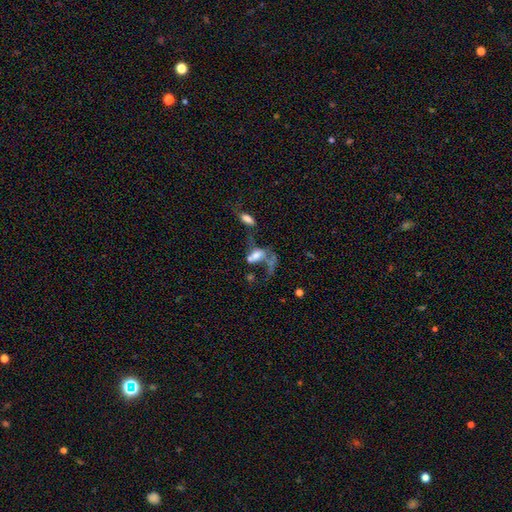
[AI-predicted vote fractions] Smooth or featured?
  - smooth: 46% *
  - featured or disk: 40%
  - star or artifact: 14%
Merging?
  - merger: 43% *
  - major disturbance: 32%
  - none: 16%
  - minor disturbance: 9%